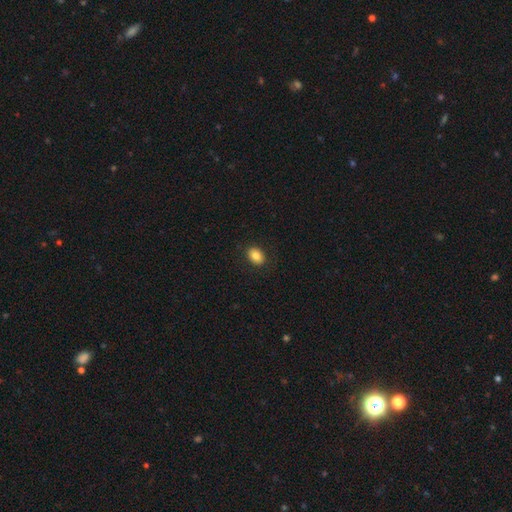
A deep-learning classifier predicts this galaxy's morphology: Smooth or featured? Predicted: smooth (p=0.84). How rounded? Predicted: in between (p=0.75). Merging? Predicted: none (p=0.89).